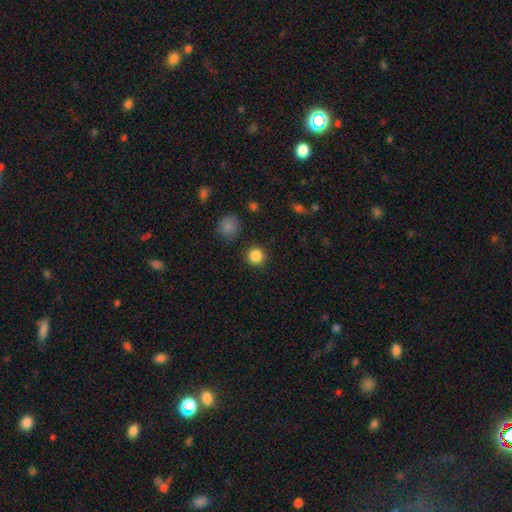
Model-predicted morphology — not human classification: The model was most divided on "smooth or featured": smooth: 86%, star or artifact: 11%, featured or disk: 3%. More confident: how rounded — round (94%); merging — none (90%).